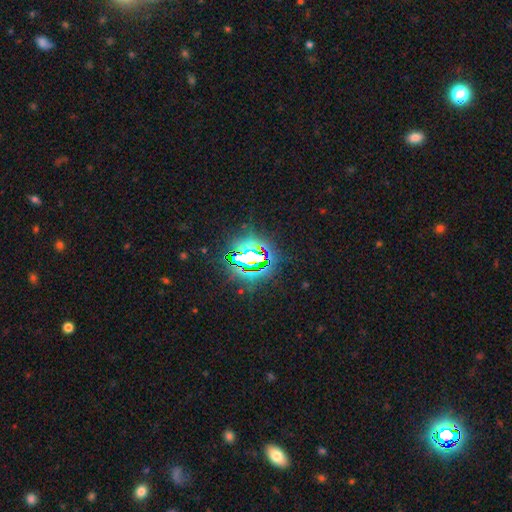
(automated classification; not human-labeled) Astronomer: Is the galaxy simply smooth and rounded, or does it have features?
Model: star or artifact — 79%.